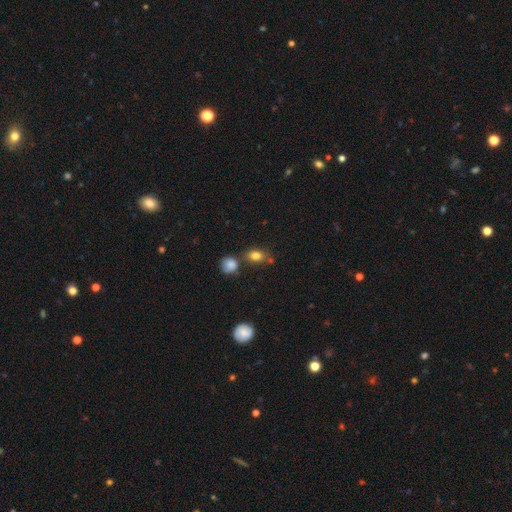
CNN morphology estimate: A smooth galaxy with no disk features (81%) that is in between round and cigar-shaped (73%). Merging: none (64%).